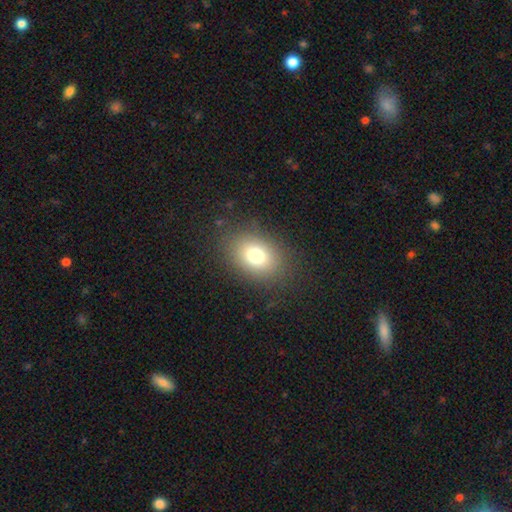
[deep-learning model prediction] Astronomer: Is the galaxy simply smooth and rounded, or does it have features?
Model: smooth — 75%.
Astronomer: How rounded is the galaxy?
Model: in between — 67%.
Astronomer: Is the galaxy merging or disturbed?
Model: none — 83%.